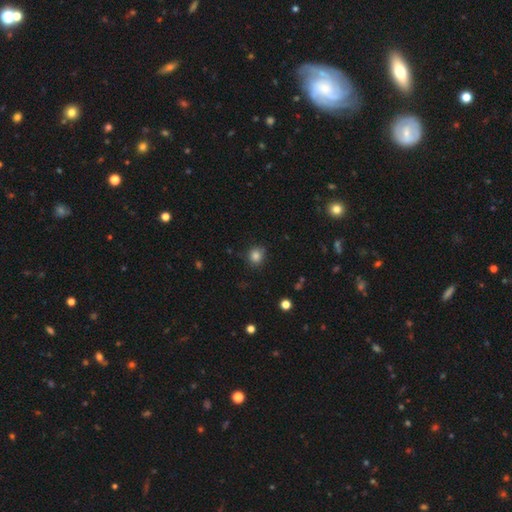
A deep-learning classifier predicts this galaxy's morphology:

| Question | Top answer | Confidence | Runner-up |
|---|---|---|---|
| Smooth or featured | smooth | 83% | star or artifact (12%) |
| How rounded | round | 87% | in between (12%) |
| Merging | none | 82% | minor disturbance (13%) |